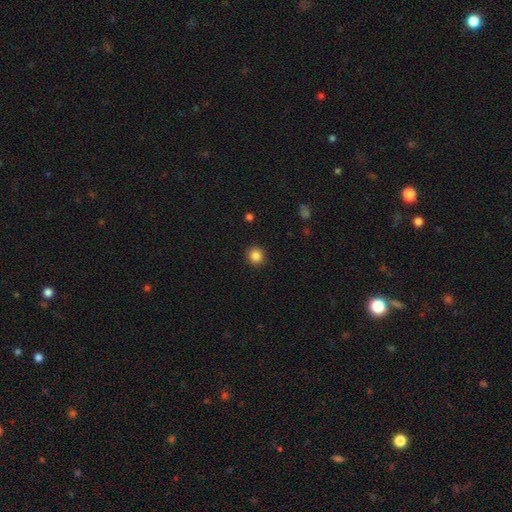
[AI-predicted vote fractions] Smooth or featured? Predicted: smooth (p=0.85). How rounded? Predicted: round (p=0.93). Merging? Predicted: none (p=0.92).